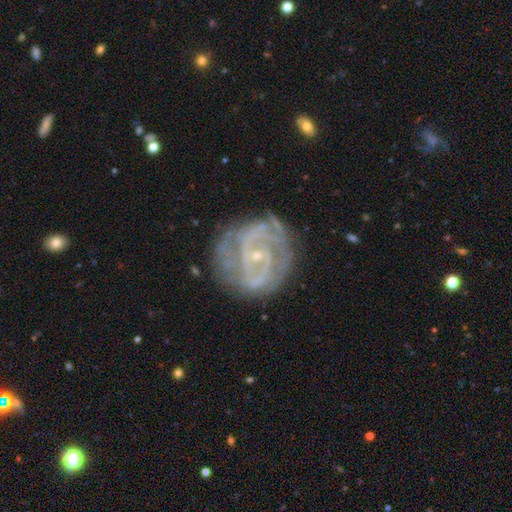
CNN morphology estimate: Smooth or featured? featured or disk (88%)
Edge-on disk? no (98%)
Bar? no (44%)
Spiral arms? yes (95%)
Spiral winding? tight (53%)
Spiral arm count? 2 (50%)
Bulge size? small (84%)
Merging? none (71%)